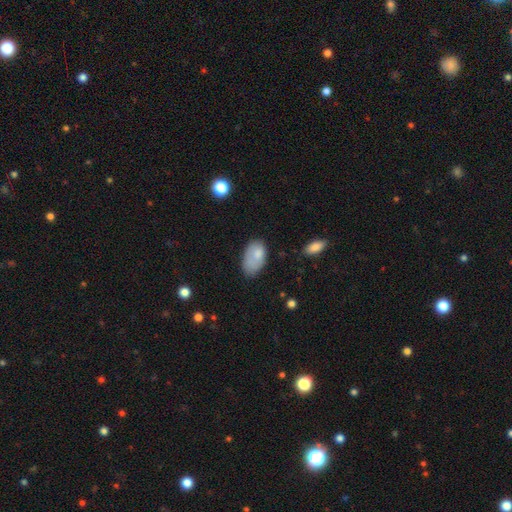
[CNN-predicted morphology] Smooth or featured? Predicted: smooth (p=0.79). How rounded? Predicted: in between (p=0.93). Merging? Predicted: none (p=0.49).